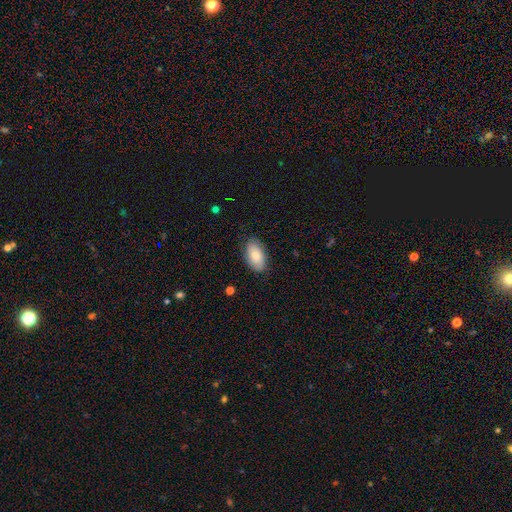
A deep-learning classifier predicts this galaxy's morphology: Smooth or featured: smooth — 79% (featured or disk — 15%)
How rounded: in between — 94% (round — 4%)
Merging: none — 83% (minor disturbance — 13%)